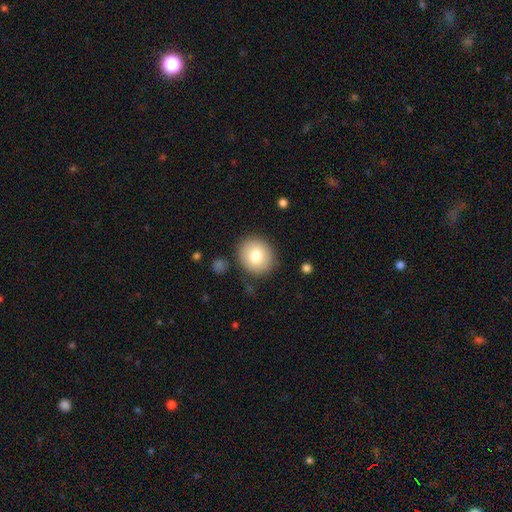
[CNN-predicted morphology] This is likely a smooth galaxy (77%). How rounded: clearly round (85%). Merging: clearly none (87%).